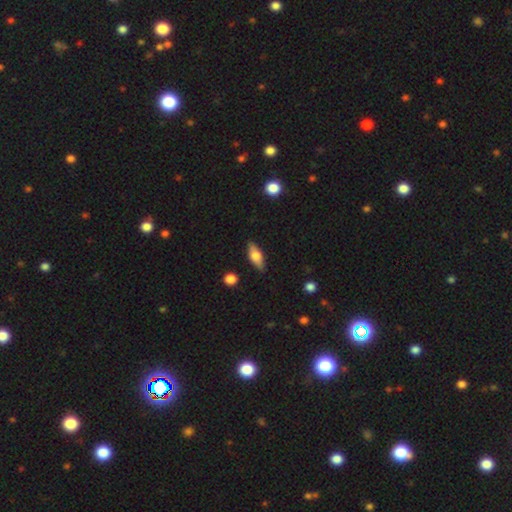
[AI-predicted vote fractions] A smooth galaxy with no disk features (56%) that is in between round and cigar-shaped (67%).

Vote fractions:
- Smooth or featured? smooth: 56% / featured or disk: 37% / star or artifact: 6%
- How rounded? in between: 67% / cigar-shaped: 30% / round: 4%
- Merging? none: 86% / minor disturbance: 11% / major disturbance: 2% / merger: 1%